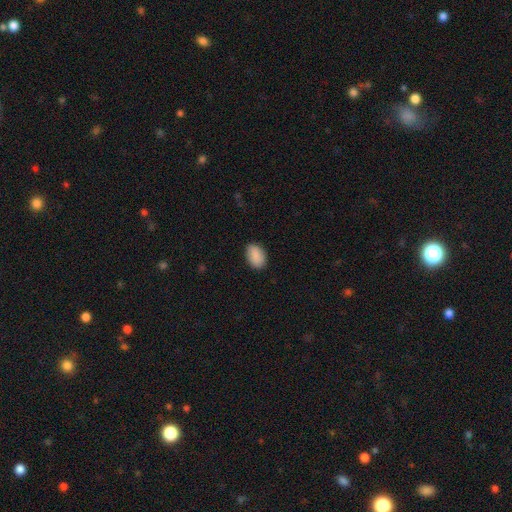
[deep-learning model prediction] This is clearly a smooth galaxy (90%). How rounded: clearly in between (89%). Merging: clearly none (87%).